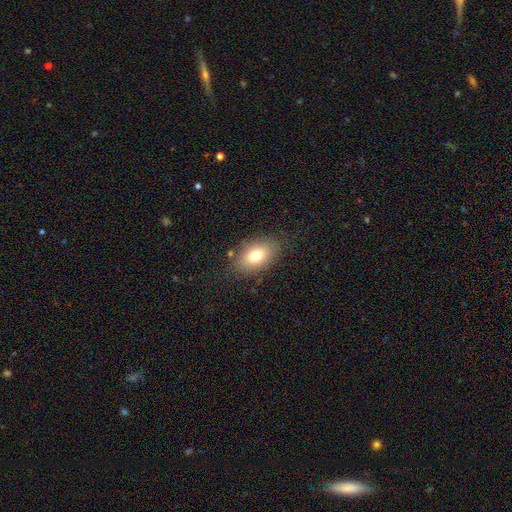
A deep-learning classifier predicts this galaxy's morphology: smooth-or-featured: smooth: 76% | featured or disk: 15% | star or artifact: 9%
  how-rounded: in between: 89% | round: 10% | cigar-shaped: 2%
  merging: none: 81% | minor disturbance: 13% | major disturbance: 4% | merger: 2%